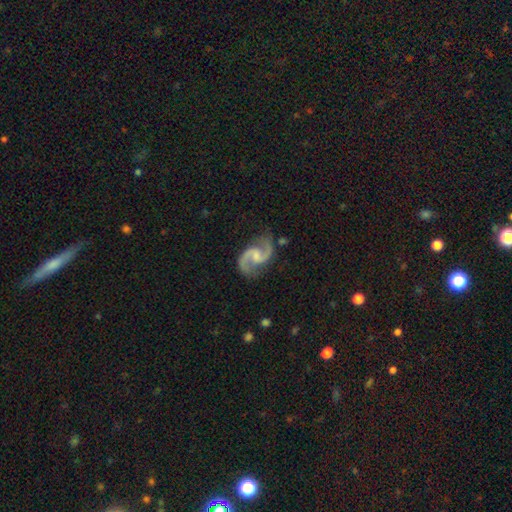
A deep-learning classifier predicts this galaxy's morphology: A featured or disk galaxy (93%) with a weak bar (49%), 2 (95%) medium (53%) spiral arms (98%) and no central bulge (33%). Merging: none (78%).